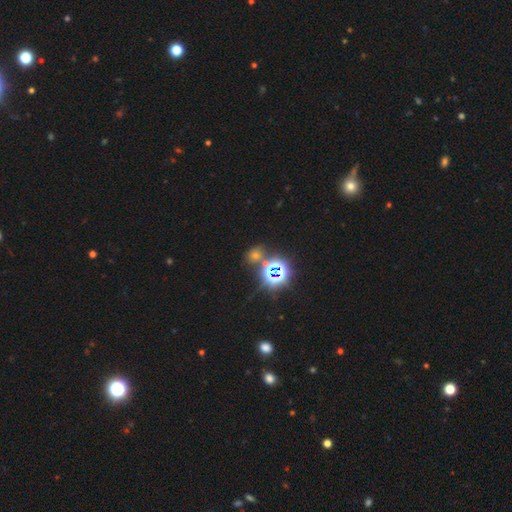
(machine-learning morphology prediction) This is possibly a star or artifact rather than a galaxy (59%).